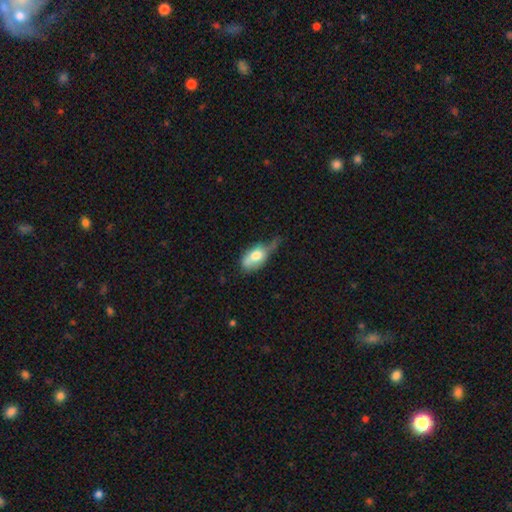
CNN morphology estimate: Smooth or featured: smooth — 69% (featured or disk — 24%)
How rounded: in between — 87% (round — 8%)
Merging: minor disturbance — 40% (major disturbance — 30%)